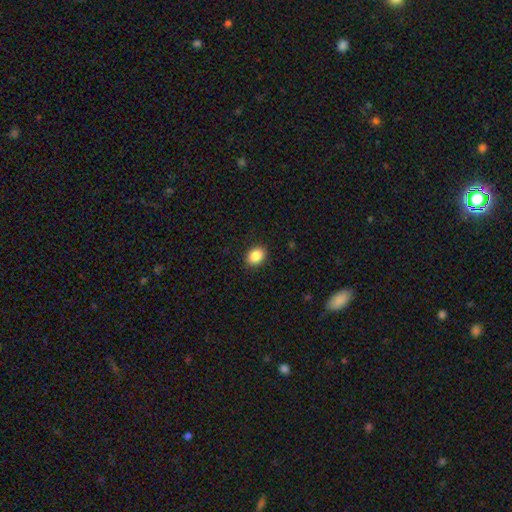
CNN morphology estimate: A smooth galaxy with no disk features (88%) that is in between round and cigar-shaped (62%). Merging: none (90%).